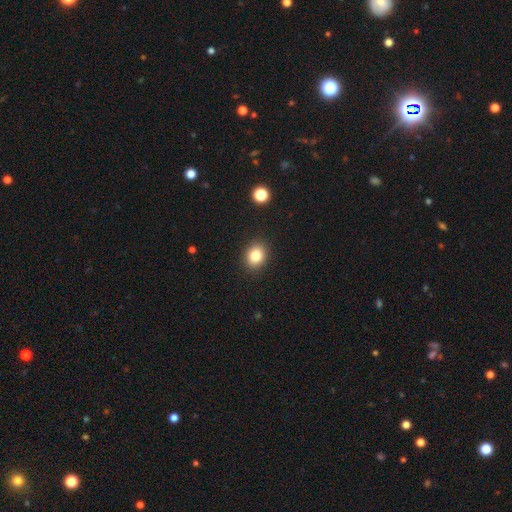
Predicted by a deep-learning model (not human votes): smooth-or-featured: smooth: 82% | star or artifact: 11% | featured or disk: 7%
  how-rounded: round: 54% | in between: 45% | cigar-shaped: 1%
  merging: none: 89% | minor disturbance: 8% | major disturbance: 2% | merger: 1%